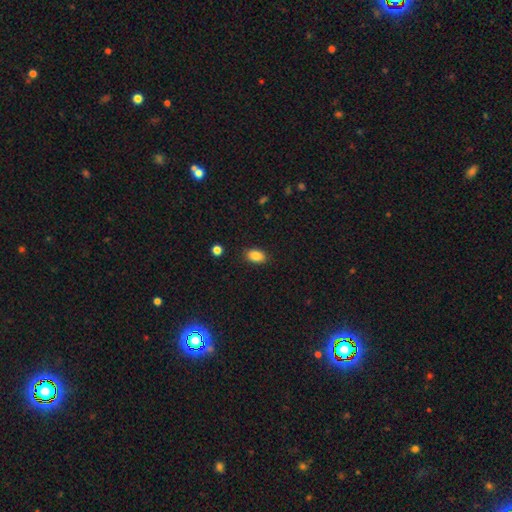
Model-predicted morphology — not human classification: Smooth or featured?
  - smooth: 87% *
  - star or artifact: 9%
  - featured or disk: 4%
How rounded?
  - in between: 89% *
  - round: 10%
  - cigar-shaped: 2%
Merging?
  - none: 87% *
  - minor disturbance: 10%
  - major disturbance: 2%
  - merger: 1%